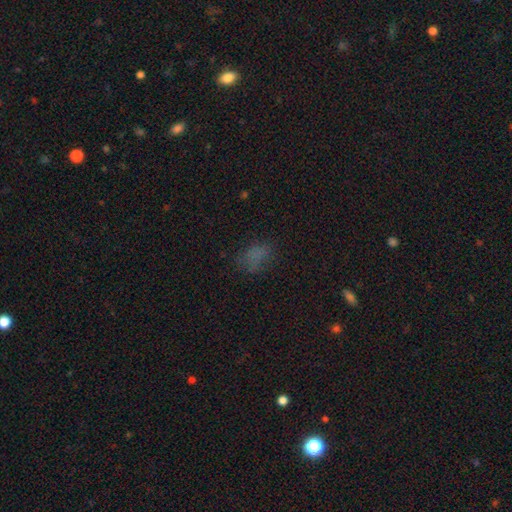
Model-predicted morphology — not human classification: Smooth or featured? Predicted: smooth (p=0.64). How rounded? Predicted: in between (p=0.81). Merging? Predicted: none (p=0.57).